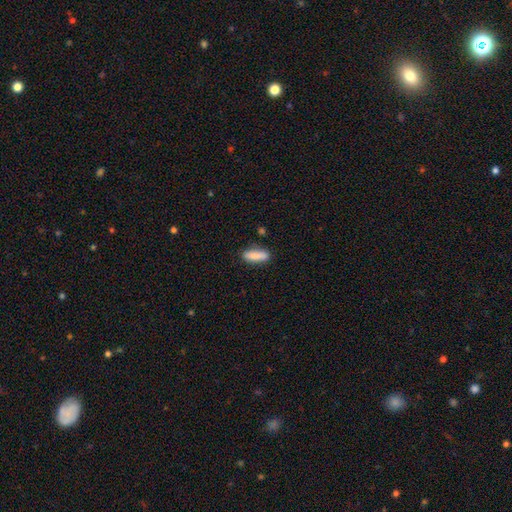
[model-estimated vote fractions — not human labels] smooth-or-featured: smooth: 85% | featured or disk: 8% | star or artifact: 7%
  how-rounded: in between: 52% | cigar-shaped: 46% | round: 2%
  merging: none: 78% | minor disturbance: 15% | merger: 4% | major disturbance: 3%